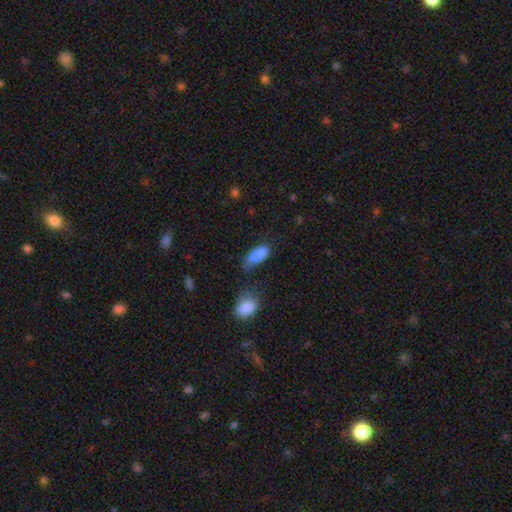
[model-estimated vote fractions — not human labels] smooth-or-featured: smooth: 79% | featured or disk: 12% | star or artifact: 9%
  how-rounded: in between: 79% | cigar-shaped: 17% | round: 4%
  merging: none: 34% | minor disturbance: 31% | major disturbance: 19% | merger: 16%